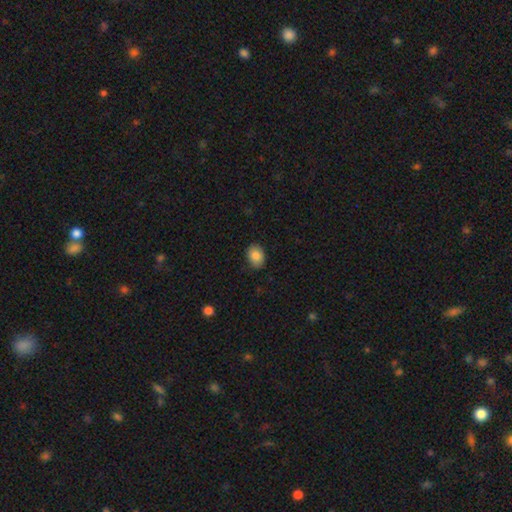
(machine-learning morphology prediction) Smooth or featured?
  - smooth: 85% *
  - star or artifact: 8%
  - featured or disk: 7%
How rounded?
  - in between: 70% *
  - round: 29%
  - cigar-shaped: 1%
Merging?
  - none: 85% *
  - minor disturbance: 12%
  - major disturbance: 2%
  - merger: 1%